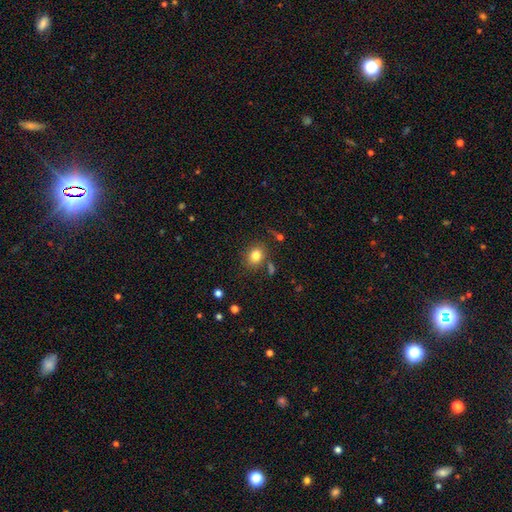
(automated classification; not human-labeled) smooth-or-featured: smooth: 80% | star or artifact: 12% | featured or disk: 8%
  how-rounded: round: 59% | in between: 40% | cigar-shaped: 1%
  merging: none: 79% | minor disturbance: 12% | merger: 6% | major disturbance: 4%